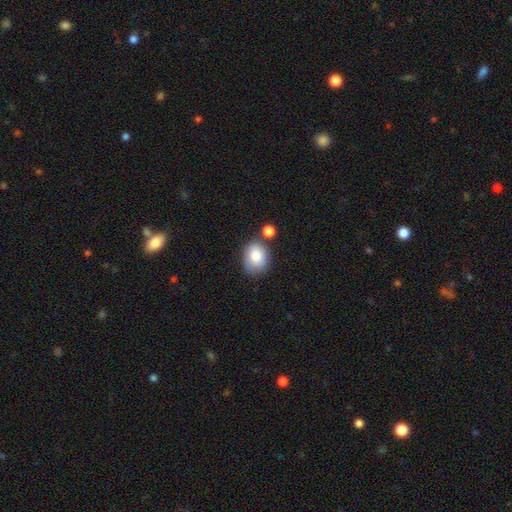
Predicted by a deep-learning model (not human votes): This is clearly a smooth galaxy (82%). How rounded: possibly in between (53%). Merging: likely none (66%).